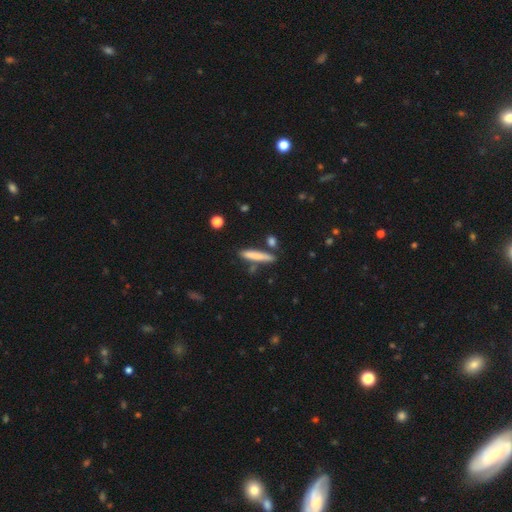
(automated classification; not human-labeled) smooth-or-featured: smooth: 77% | featured or disk: 17% | star or artifact: 6%
  how-rounded: cigar-shaped: 91% | in between: 8% | round: 2%
  merging: none: 78% | minor disturbance: 12% | merger: 7% | major disturbance: 3%